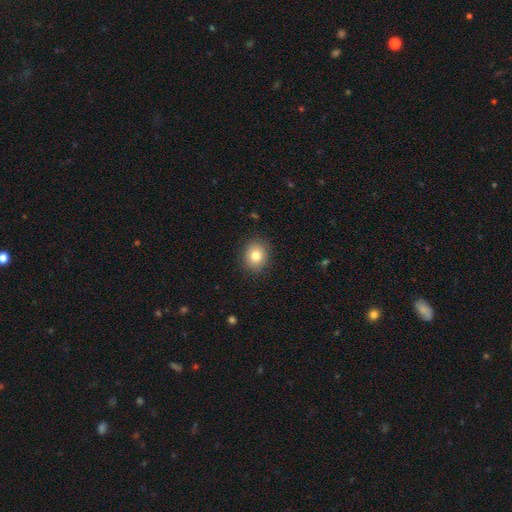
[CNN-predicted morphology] This appears to be a smooth galaxy with no disk features (80%) that is round (71%). Merging: none (89%).